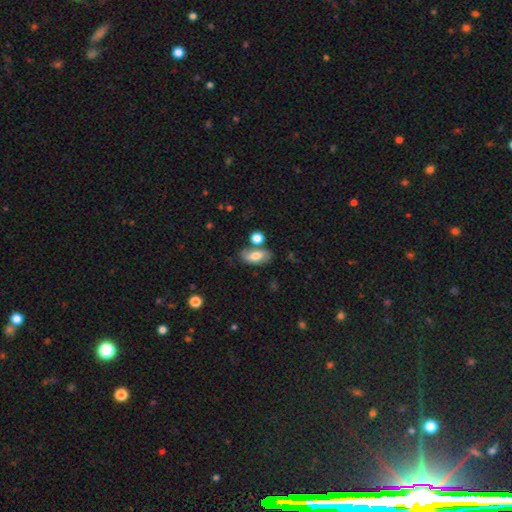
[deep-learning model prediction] A smooth galaxy with no disk features (67%) that is in between round and cigar-shaped (88%).

Vote fractions:
- Smooth or featured? smooth: 67% / featured or disk: 25% / star or artifact: 8%
- How rounded? in between: 88% / cigar-shaped: 6% / round: 6%
- Merging? none: 62% / minor disturbance: 17% / merger: 15% / major disturbance: 6%